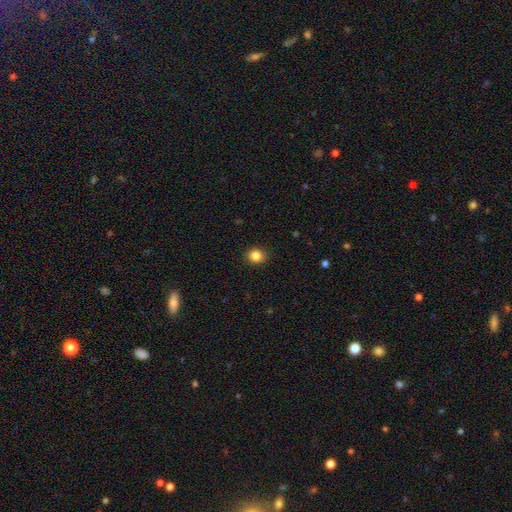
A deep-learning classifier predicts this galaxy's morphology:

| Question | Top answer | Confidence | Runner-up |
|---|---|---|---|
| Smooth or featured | smooth | 85% | star or artifact (11%) |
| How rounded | round | 77% | in between (22%) |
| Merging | none | 89% | minor disturbance (8%) |